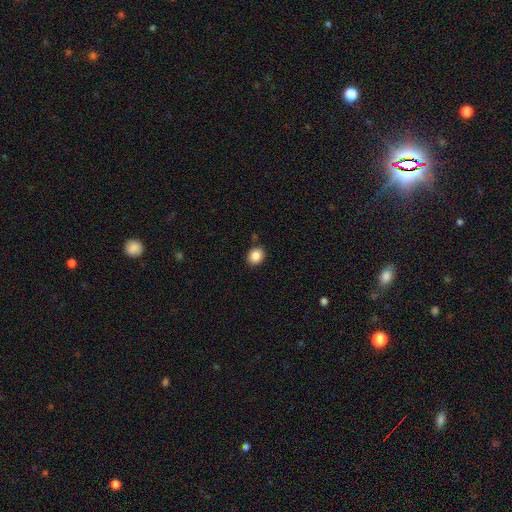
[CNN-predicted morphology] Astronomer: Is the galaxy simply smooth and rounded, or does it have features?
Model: smooth — 87%.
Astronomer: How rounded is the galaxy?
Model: round — 60% (runner-up: in between, 39%).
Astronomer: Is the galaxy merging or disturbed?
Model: none — 85%.